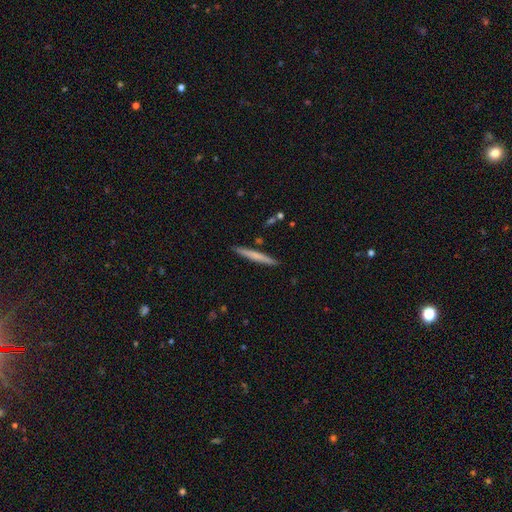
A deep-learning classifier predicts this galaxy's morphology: Smooth or featured: smooth — 61% (featured or disk — 33%)
How rounded: cigar-shaped — 96% (in between — 2%)
Merging: none — 90% (minor disturbance — 7%)